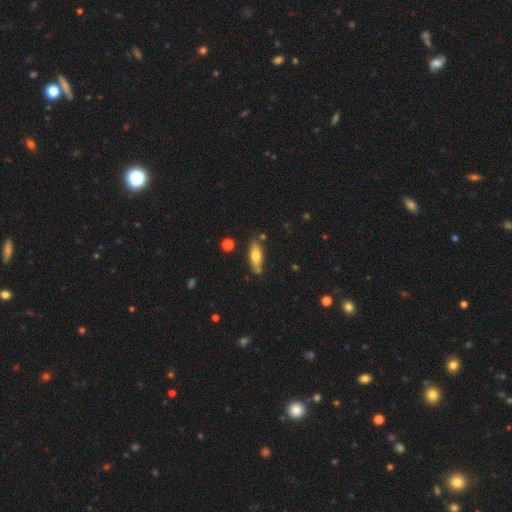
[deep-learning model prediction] smooth 65%, featured or disk 28%, star or artifact 7%. Down the decision tree: how rounded — in between (65%); merging — none (72%).